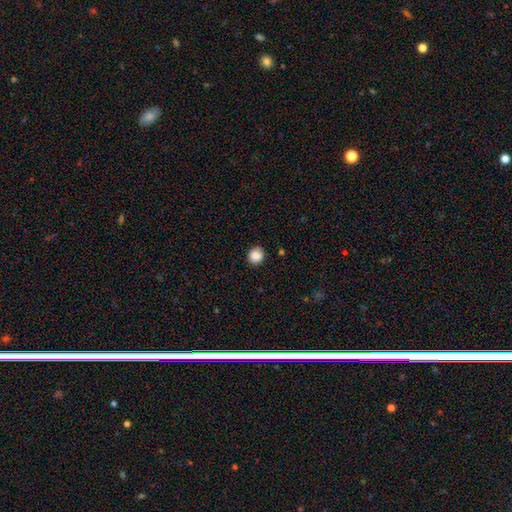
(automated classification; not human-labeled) smooth-or-featured: smooth: 87% | star or artifact: 9% | featured or disk: 4%
  how-rounded: round: 85% | in between: 14% | cigar-shaped: 1%
  merging: none: 87% | minor disturbance: 10% | major disturbance: 2% | merger: 1%